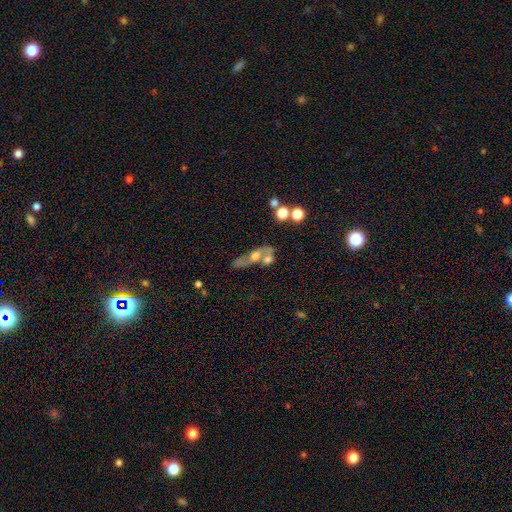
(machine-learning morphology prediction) smooth-or-featured: featured or disk: 56% | smooth: 33% | star or artifact: 11%
  disk-edge-on: no: 72% | yes: 28%
  merging: none: 38% (tied) | merger: 38% (tied) | minor disturbance: 14% | major disturbance: 10%